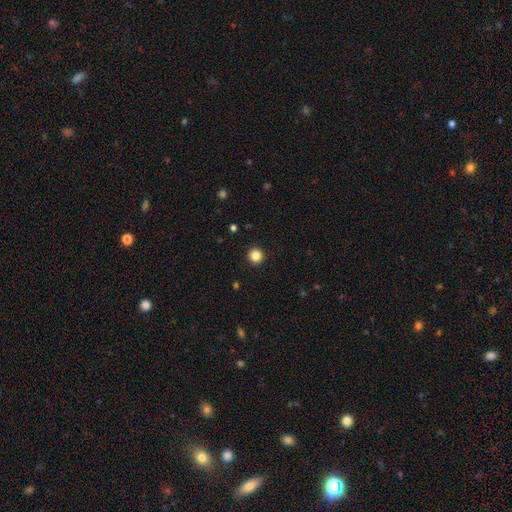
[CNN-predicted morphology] This is clearly a smooth galaxy (85%). How rounded: clearly round (94%). Merging: clearly none (93%).